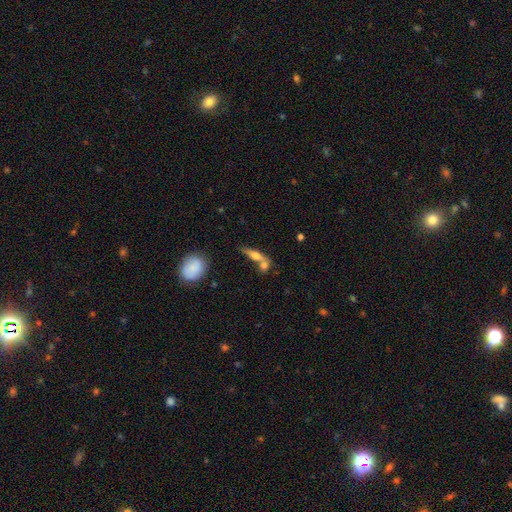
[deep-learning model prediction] Morphology: type=smooth (53%); roundness=cigar-shaped (57%); merging=none (43%).